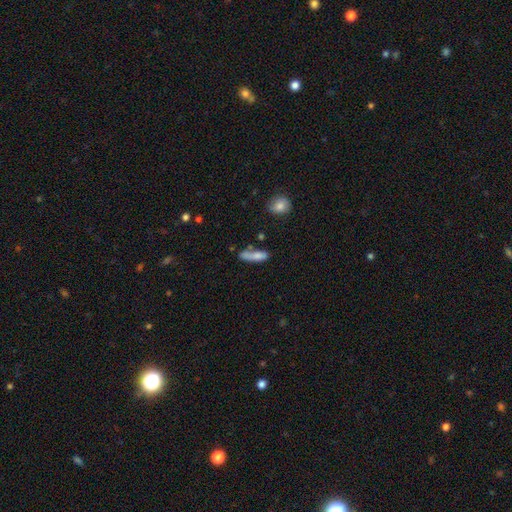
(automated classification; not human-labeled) This appears to be a smooth galaxy with no disk features (76%) that is cigar-shaped (62%). Merging: none (49%).